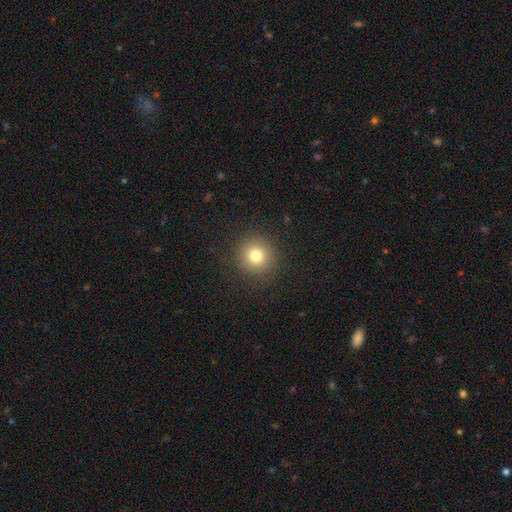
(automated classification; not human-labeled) Smooth or featured? Predicted: smooth (p=0.79). How rounded? Predicted: round (p=0.94). Merging? Predicted: none (p=0.90).